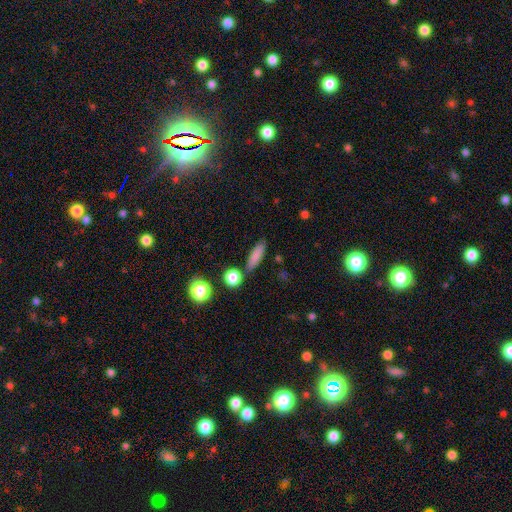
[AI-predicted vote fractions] This appears to be a smooth galaxy with no disk features (81%) that is cigar-shaped (60%). Merging: none (81%).